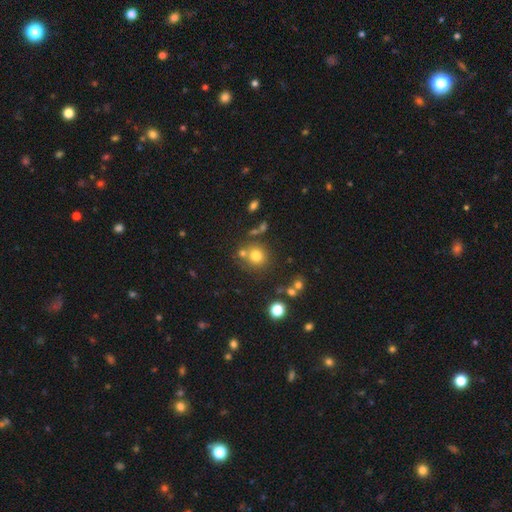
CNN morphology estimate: Smooth or featured: smooth — 75% (star or artifact — 15%)
How rounded: round — 89% (in between — 10%)
Merging: none — 69% (merger — 17%)